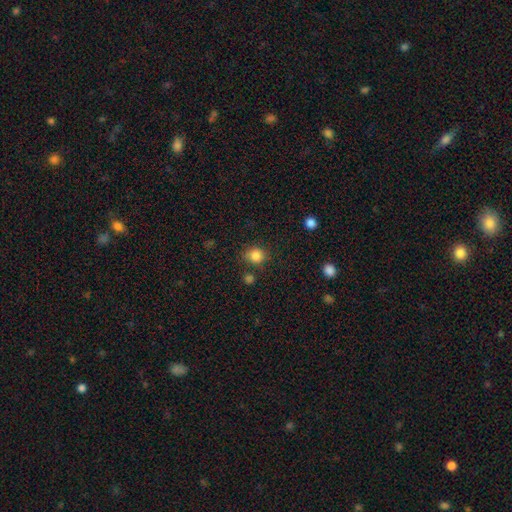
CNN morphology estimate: smooth_or_featured: smooth (p=0.85) [alt: star or artifact p=0.11]
how_rounded: round (p=0.81) [alt: in between p=0.18]
merging: none (p=0.76) [alt: minor disturbance p=0.14]